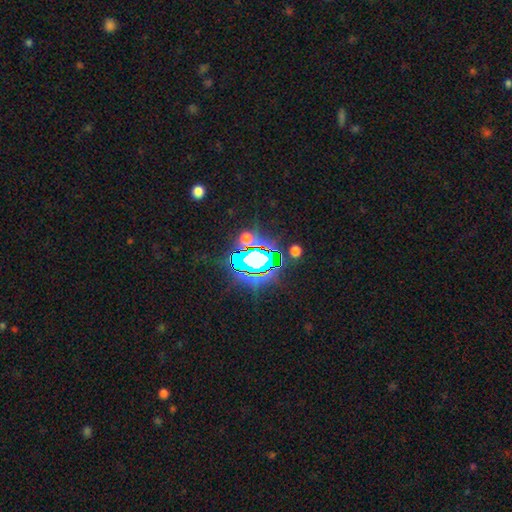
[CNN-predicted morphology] smooth-or-featured: star or artifact: 66% | smooth: 19% | featured or disk: 15%